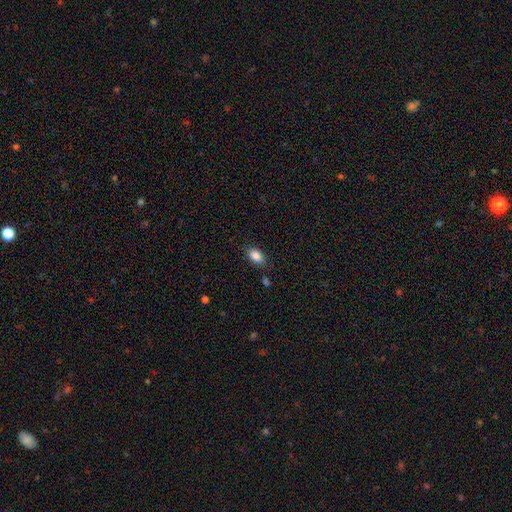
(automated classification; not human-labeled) Smooth or featured?
  - smooth: 87% *
  - star or artifact: 8%
  - featured or disk: 5%
How rounded?
  - in between: 87% *
  - round: 11%
  - cigar-shaped: 2%
Merging?
  - none: 82% *
  - minor disturbance: 13%
  - major disturbance: 3%
  - merger: 2%